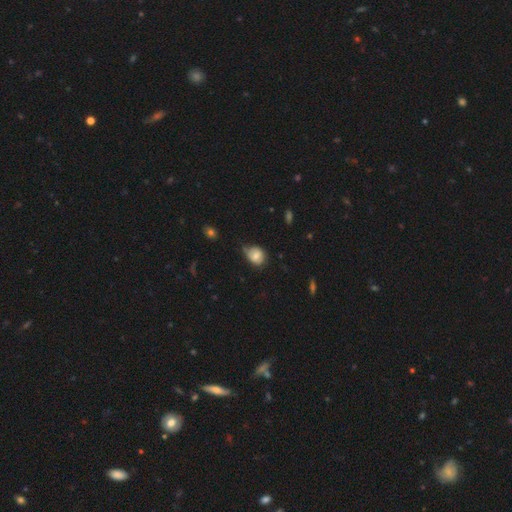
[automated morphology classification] smooth-or-featured: smooth: 66% | featured or disk: 25% | star or artifact: 9%
  how-rounded: round: 60% | in between: 39% | cigar-shaped: 1%
  merging: none: 48% | minor disturbance: 37% | major disturbance: 11% | merger: 4%